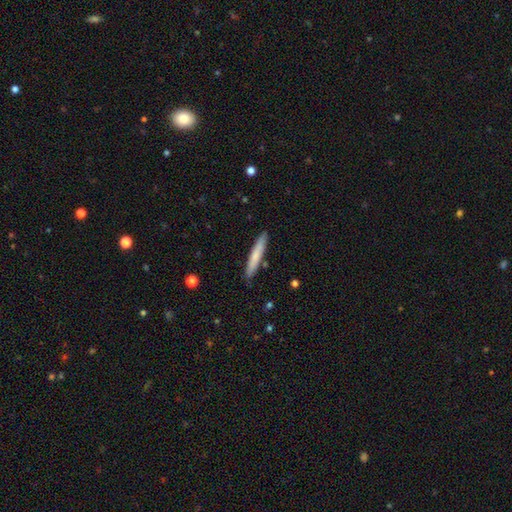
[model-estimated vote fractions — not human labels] Smooth or featured?
  - smooth: 72% *
  - featured or disk: 22%
  - star or artifact: 6%
How rounded?
  - cigar-shaped: 94% *
  - in between: 5%
  - round: 1%
Merging?
  - none: 88% *
  - minor disturbance: 8%
  - merger: 2%
  - major disturbance: 1%